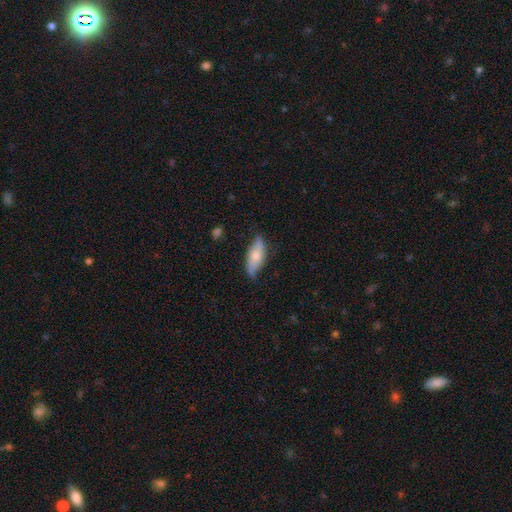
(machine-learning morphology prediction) Smooth or featured? Predicted: smooth (p=0.56). How rounded? Predicted: in between (p=0.74). Merging? Predicted: none (p=0.68).